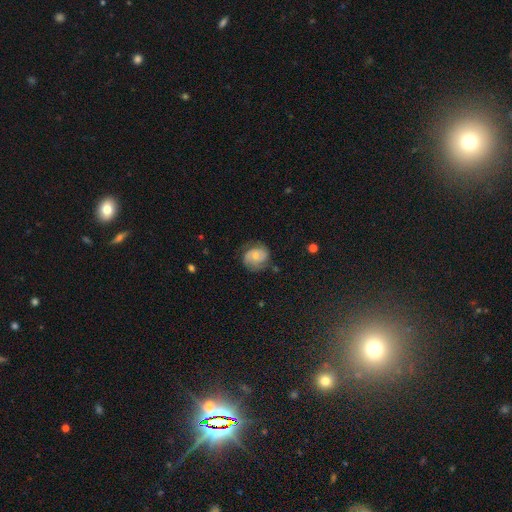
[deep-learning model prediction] Morphology: type=featured or disk (59%); edge-on=no (97%); bar=no (68%); spiral arms=yes (84%); bulge=small (49%); merging=none (63%).